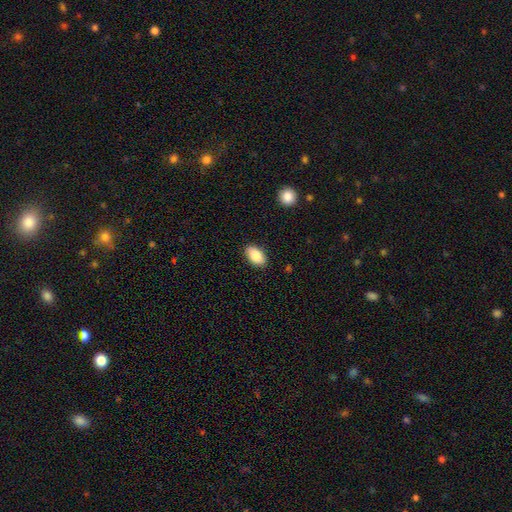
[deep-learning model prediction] Morphology: type=smooth (85%); roundness=in between (92%); merging=none (88%).